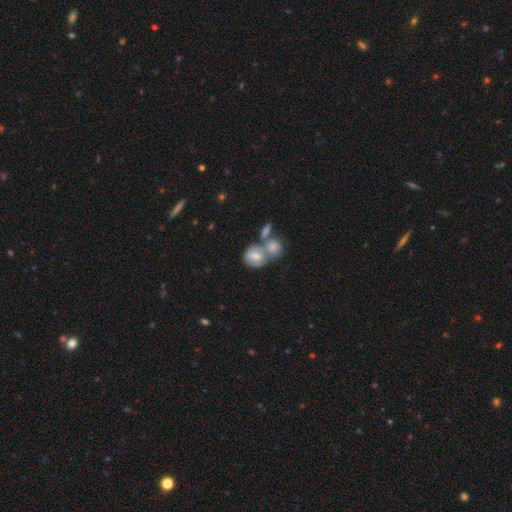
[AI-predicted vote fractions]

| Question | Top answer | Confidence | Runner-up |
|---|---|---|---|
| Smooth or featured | smooth | 58% | featured or disk (33%) |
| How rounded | round | 51% | in between (48%) |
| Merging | merger | 58% | none (26%) |